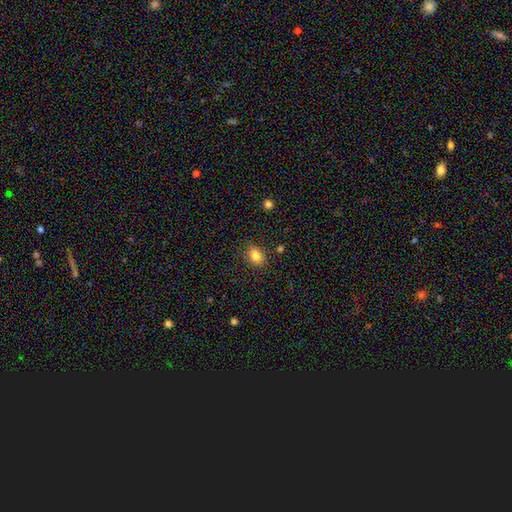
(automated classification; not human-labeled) smooth-or-featured: smooth: 82% | star or artifact: 11% | featured or disk: 7%
  how-rounded: in between: 64% | round: 34% | cigar-shaped: 1%
  merging: none: 81% | minor disturbance: 13% | major disturbance: 3% | merger: 2%